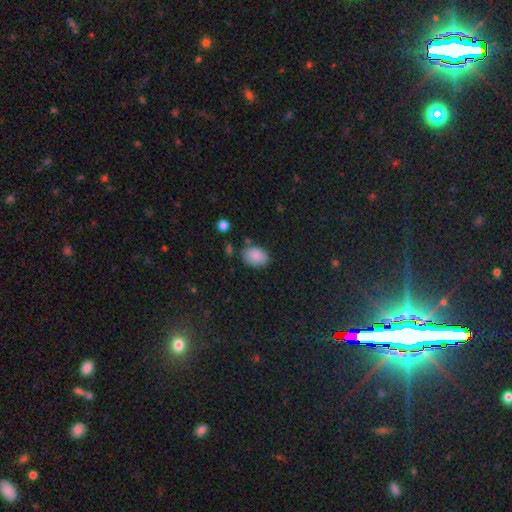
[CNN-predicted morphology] This appears to be a smooth galaxy with no disk features (85%) that is in between round and cigar-shaped (79%). Merging: none (75%).